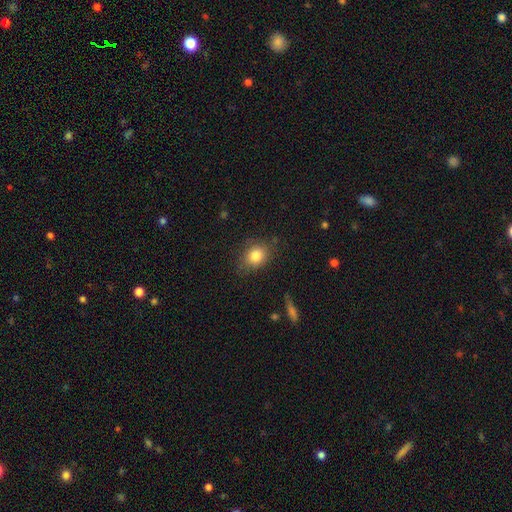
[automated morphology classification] smooth_or_featured: smooth (p=0.83) [alt: star or artifact p=0.09]
how_rounded: round (p=0.50) [alt: in between p=0.49]
merging: none (p=0.77) [alt: minor disturbance p=0.17]